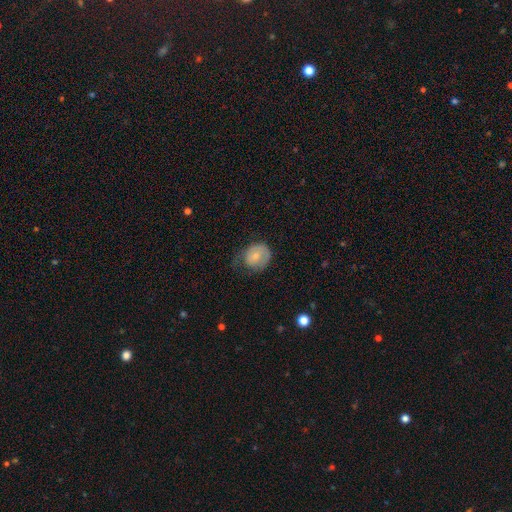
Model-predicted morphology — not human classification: A smooth galaxy with no disk features (65%) that is round (59%).

Vote fractions:
- Smooth or featured? smooth: 65% / featured or disk: 29% / star or artifact: 7%
- How rounded? round: 59% / in between: 40% / cigar-shaped: 1%
- Merging? none: 39% / minor disturbance: 33% / major disturbance: 26% / merger: 2%